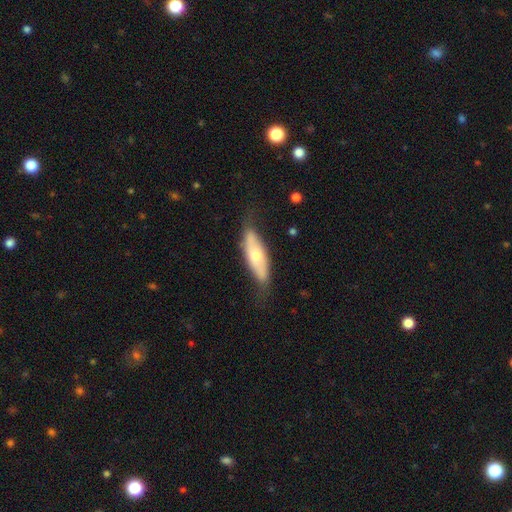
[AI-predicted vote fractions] This is possibly a smooth galaxy (51%). How rounded: possibly in between (54%). Merging: likely none (67%).